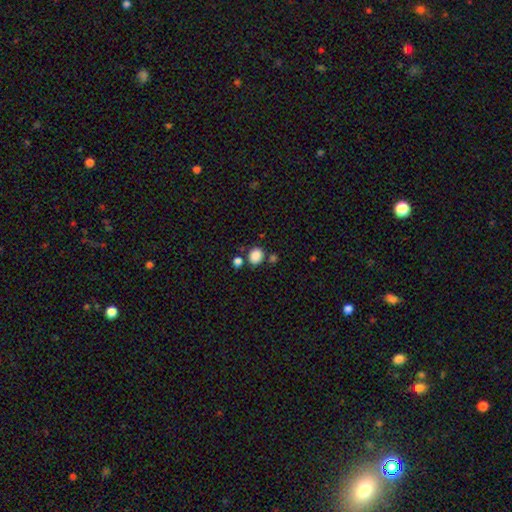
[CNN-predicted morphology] smooth-or-featured: smooth: 86% | star or artifact: 10% | featured or disk: 4%
  how-rounded: round: 59% | in between: 40% | cigar-shaped: 1%
  merging: none: 72% | merger: 13% | minor disturbance: 11% | major disturbance: 4%